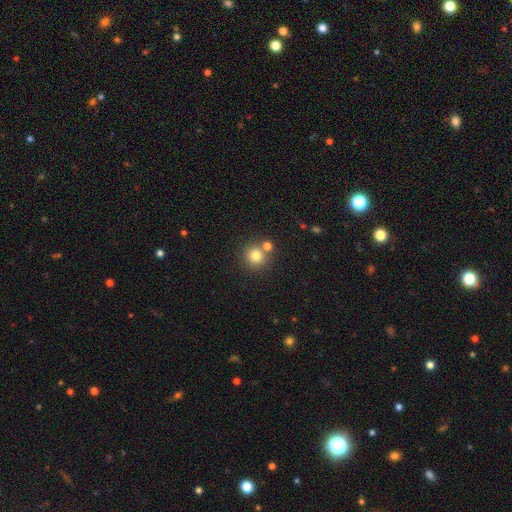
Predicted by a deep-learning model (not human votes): Smooth or featured: smooth — 78% (star or artifact — 13%)
How rounded: round — 93% (in between — 6%)
Merging: none — 71% (merger — 19%)